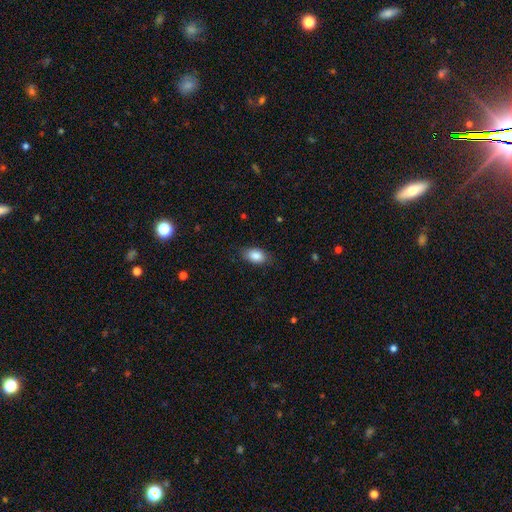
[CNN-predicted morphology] A smooth galaxy with no disk features (86%) that is in between round and cigar-shaped (89%).

Vote fractions:
- Smooth or featured? smooth: 86% / star or artifact: 7% / featured or disk: 6%
- How rounded? in between: 89% / round: 9% / cigar-shaped: 2%
- Merging? none: 81% / minor disturbance: 15% / major disturbance: 3% / merger: 1%